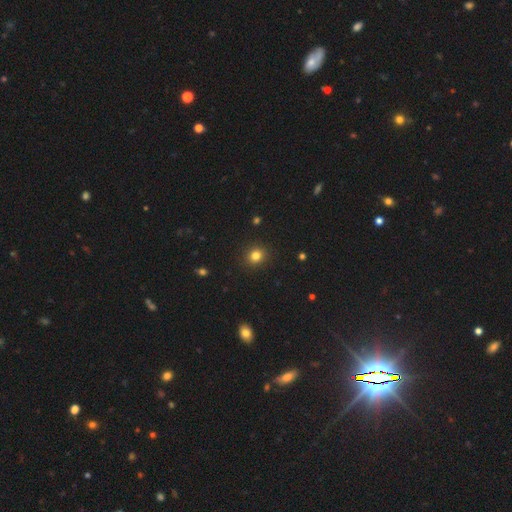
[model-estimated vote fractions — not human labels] This is clearly a smooth galaxy (82%). How rounded: clearly round (82%). Merging: clearly none (91%).